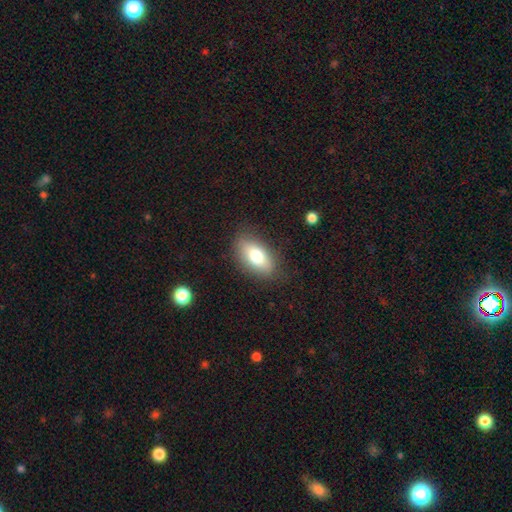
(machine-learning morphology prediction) Smooth or featured? smooth (74%)
How rounded? in between (88%)
Merging? none (83%)